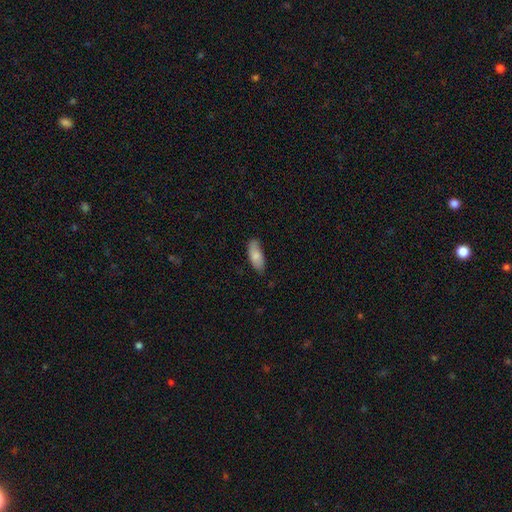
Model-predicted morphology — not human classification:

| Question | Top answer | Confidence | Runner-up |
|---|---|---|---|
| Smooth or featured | smooth | 80% | featured or disk (14%) |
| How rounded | in between | 80% | cigar-shaped (18%) |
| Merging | none | 75% | minor disturbance (21%) |